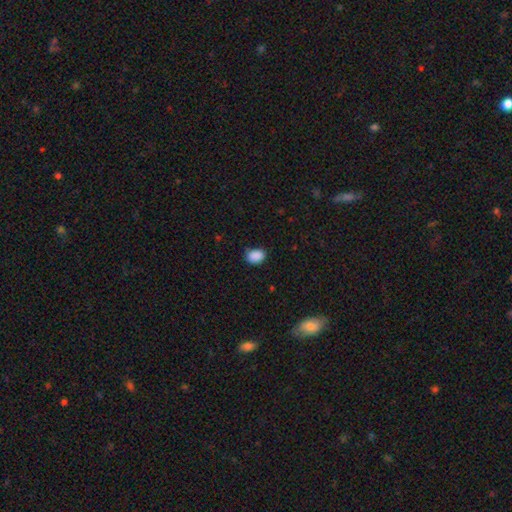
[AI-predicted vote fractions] Q: Smooth or featured?
A: smooth (89%); runner-up: star or artifact (8%)
Q: How rounded?
A: in between (75%); runner-up: round (24%)
Q: Merging?
A: none (80%); runner-up: minor disturbance (15%)